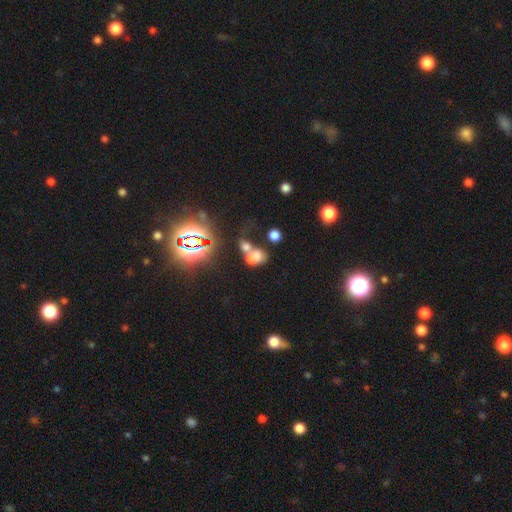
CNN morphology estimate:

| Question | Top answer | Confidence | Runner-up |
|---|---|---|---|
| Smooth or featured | smooth | 56% | star or artifact (23%) |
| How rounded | in between | 77% | round (21%) |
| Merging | merger | 63% | none (20%) |